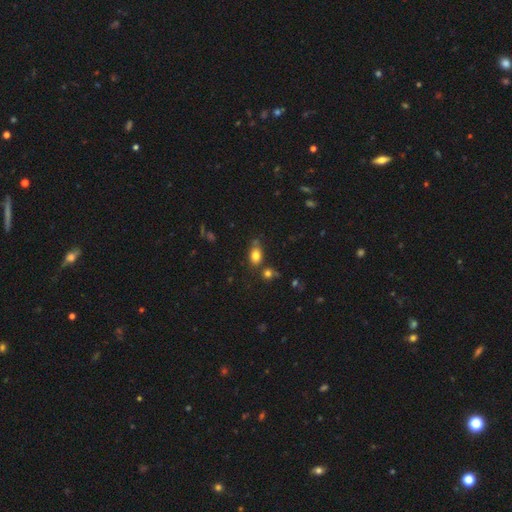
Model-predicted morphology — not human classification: Smooth or featured? smooth (80%)
How rounded? in between (80%)
Merging? none (59%)